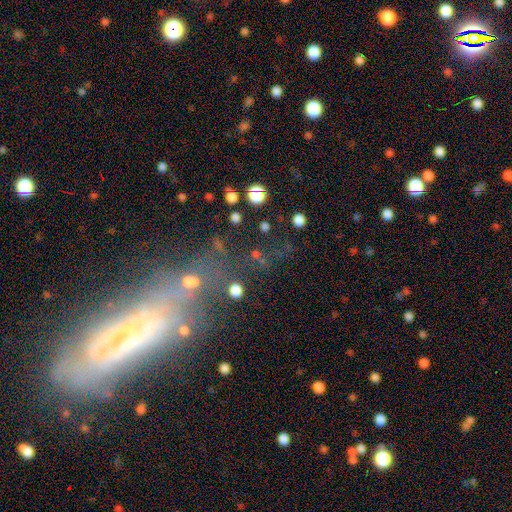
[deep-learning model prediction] This appears to be a featured or disk galaxy (42%). Merging: none (57%).